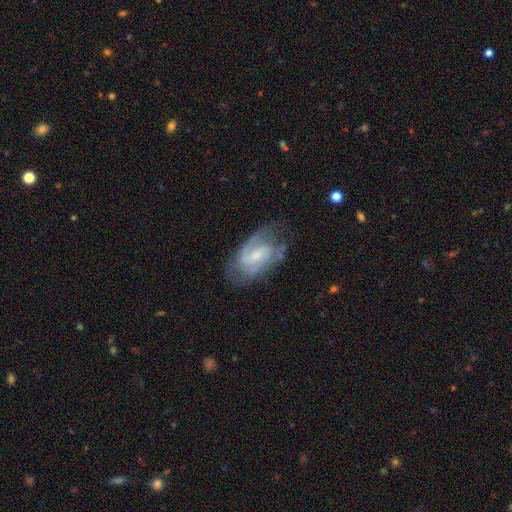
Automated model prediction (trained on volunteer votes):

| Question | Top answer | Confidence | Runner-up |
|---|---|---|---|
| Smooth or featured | featured or disk | 78% | smooth (16%) |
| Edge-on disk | no | 96% | yes (4%) |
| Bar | weak | 55% | no (29%) |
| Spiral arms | yes | 91% | no (9%) |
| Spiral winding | medium | 50% | tight (31%) |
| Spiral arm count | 2 | 65% | can't tell (18%) |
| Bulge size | small | 56% | moderate (29%) |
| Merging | none | 62% | minor disturbance (23%) |